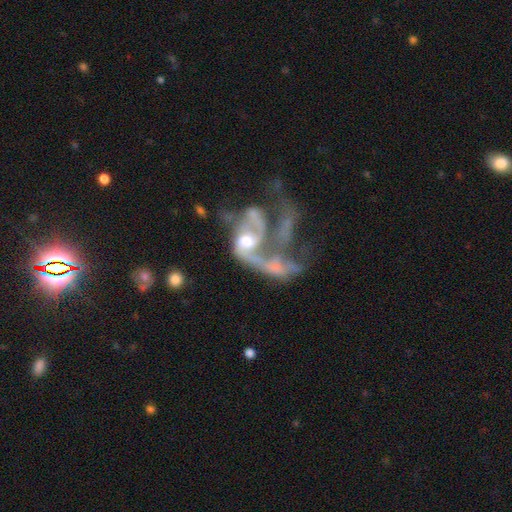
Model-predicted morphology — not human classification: Smooth or featured: featured or disk — 76% (star or artifact — 16%)
Edge-on disk: no — 97% (yes — 3%)
Bar: no — 65% (weak — 26%)
Spiral arms: yes — 76% (no — 24%)
Spiral winding: loose — 60% (medium — 29%)
Spiral arm count: 2 — 30% (can't tell — 24%)
Bulge size: moderate — 42% (small — 36%)
Merging: merger — 48% (major disturbance — 31%)